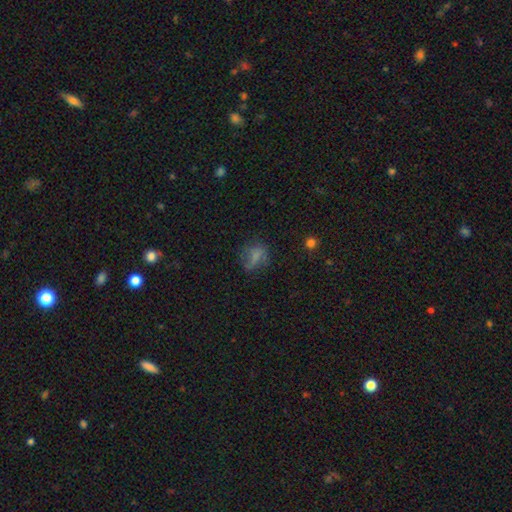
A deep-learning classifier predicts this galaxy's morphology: Overall: smooth (63%). How rounded: in between (57%; round 39%). Merging: none (56%; minor disturbance 24%).